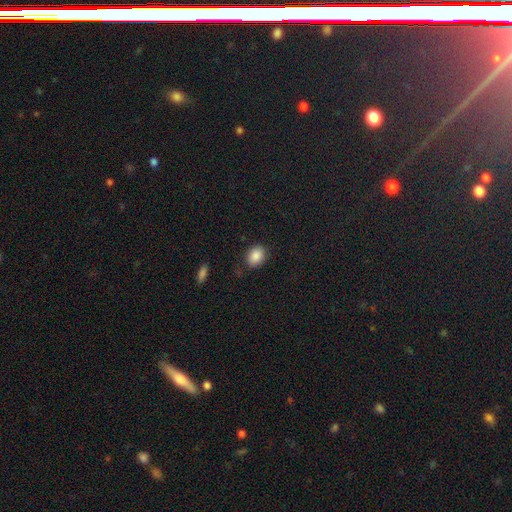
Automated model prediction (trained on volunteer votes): Smooth or featured? smooth (87%)
How rounded? in between (62%)
Merging? none (83%)